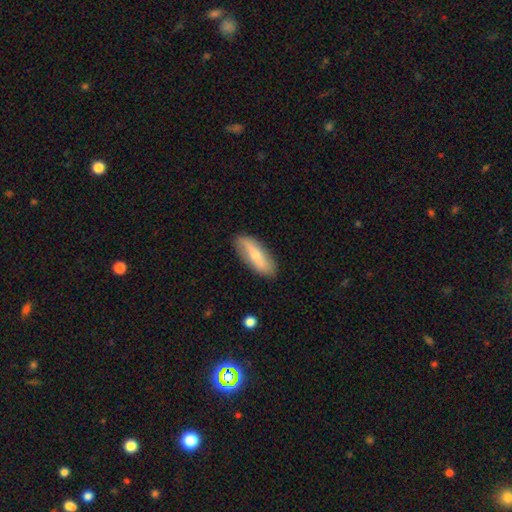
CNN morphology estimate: smooth 53%, featured or disk 41%, star or artifact 6%. Down the decision tree: how rounded — in between (60%); merging — none (83%).